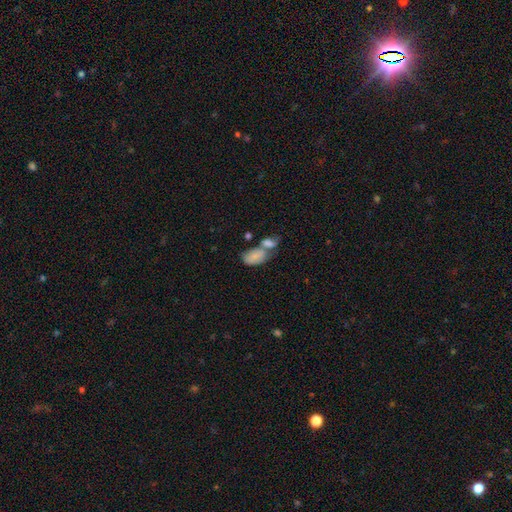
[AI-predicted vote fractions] A smooth galaxy with no disk features (74%) that is in between round and cigar-shaped (92%).

Vote fractions:
- Smooth or featured? smooth: 74% / featured or disk: 18% / star or artifact: 8%
- How rounded? in between: 92% / round: 6% / cigar-shaped: 2%
- Merging? merger: 57% / none: 23% / minor disturbance: 13% / major disturbance: 7%